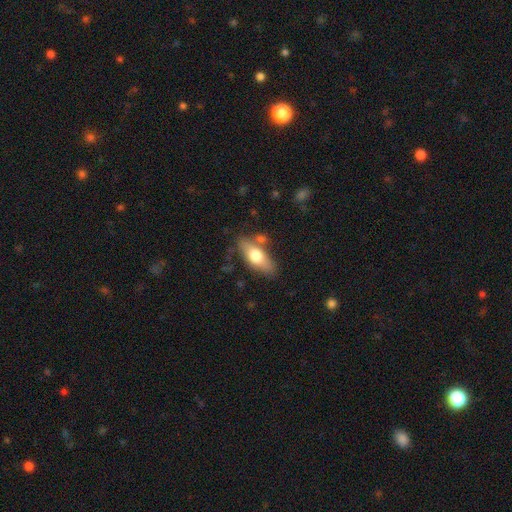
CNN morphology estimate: smooth-or-featured: smooth: 66% | featured or disk: 28% | star or artifact: 6%
  how-rounded: in between: 76% | cigar-shaped: 20% | round: 4%
  merging: none: 73% | minor disturbance: 16% | merger: 7% | major disturbance: 4%